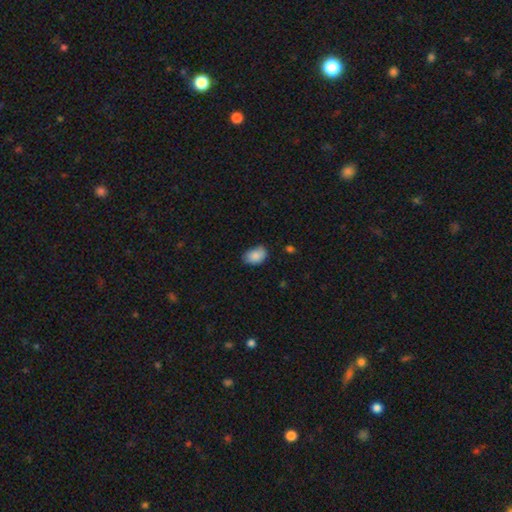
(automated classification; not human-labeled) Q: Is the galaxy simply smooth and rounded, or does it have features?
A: smooth — 87%.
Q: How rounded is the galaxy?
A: in between — 84%.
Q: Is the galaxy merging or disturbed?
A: none — 63%.